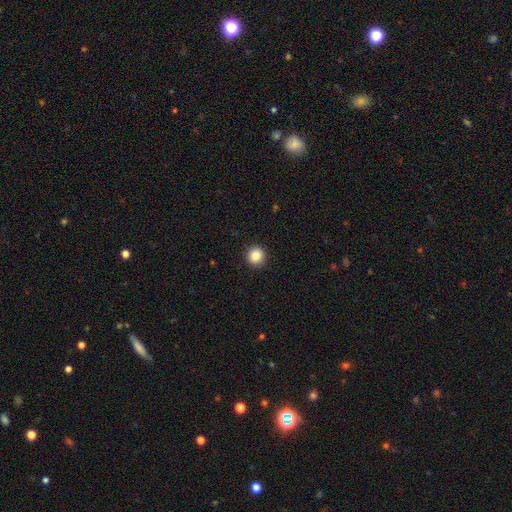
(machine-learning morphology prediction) smooth 85%, star or artifact 10%, featured or disk 5%. Down the decision tree: how rounded — round (94%); merging — none (93%).